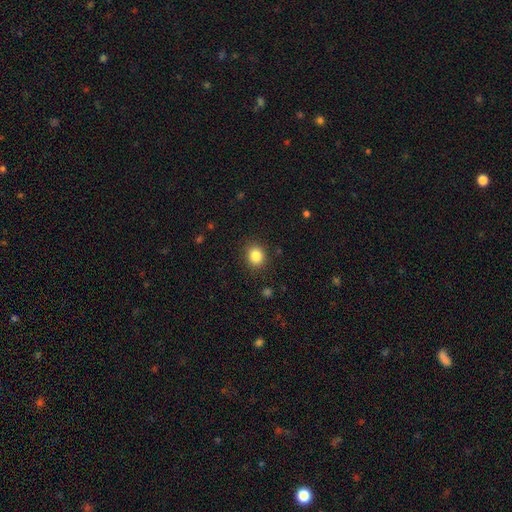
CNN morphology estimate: smooth_or_featured: smooth (p=0.85) [alt: star or artifact p=0.10]
how_rounded: round (p=0.72) [alt: in between p=0.27]
merging: none (p=0.88) [alt: minor disturbance p=0.08]